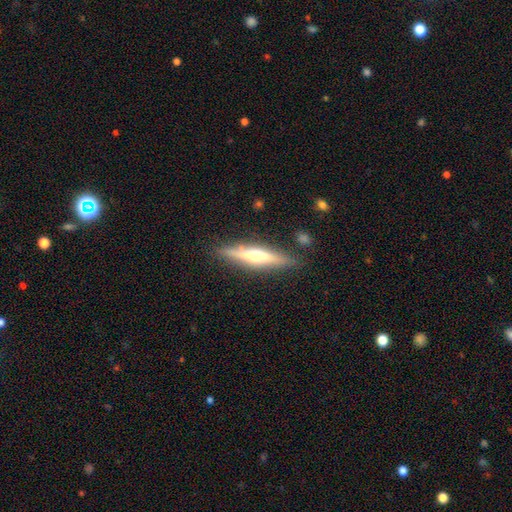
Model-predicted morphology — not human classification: The model was most divided on "smooth or featured": featured or disk: 62%, smooth: 32%, star or artifact: 6%. More confident: edge-on disk — yes (95%); merging — none (86%); edge-on bulge — rounded (83%).